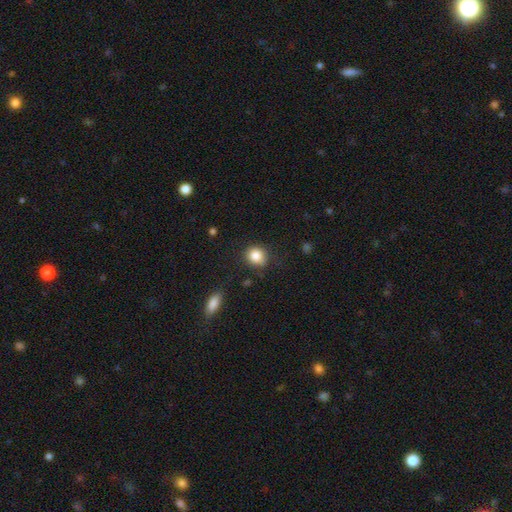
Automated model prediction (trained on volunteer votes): A smooth galaxy with no disk features (85%) that is round (71%).

Vote fractions:
- Smooth or featured? smooth: 85% / star or artifact: 10% / featured or disk: 6%
- How rounded? round: 71% / in between: 28% / cigar-shaped: 1%
- Merging? none: 74% / minor disturbance: 19% / major disturbance: 5% / merger: 3%